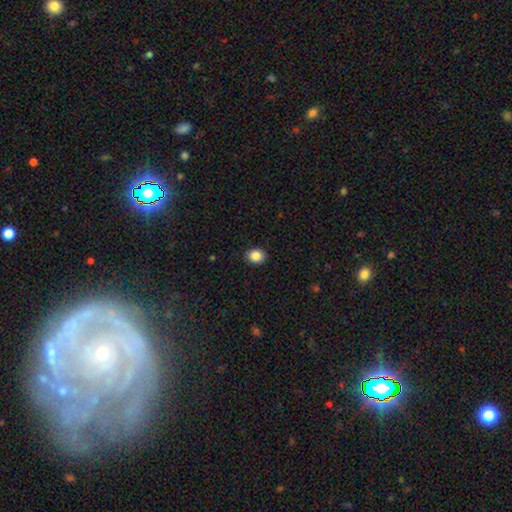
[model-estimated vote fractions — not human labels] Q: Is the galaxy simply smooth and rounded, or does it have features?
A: smooth — 87%.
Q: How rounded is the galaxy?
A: round — 53%.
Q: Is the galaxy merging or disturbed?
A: none — 90%.